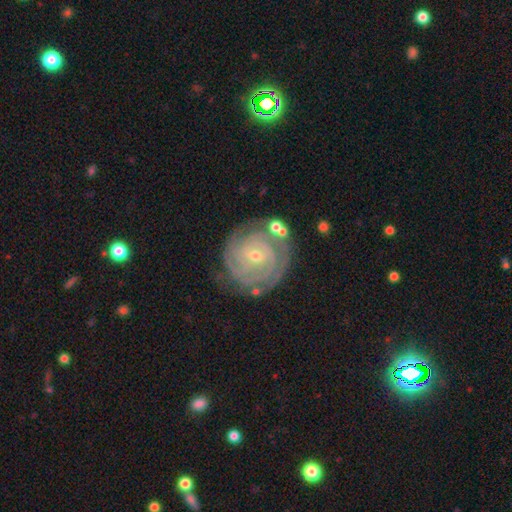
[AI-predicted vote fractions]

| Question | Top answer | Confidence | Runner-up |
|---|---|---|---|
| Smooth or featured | featured or disk | 89% | smooth (6%) |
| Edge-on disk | no | 98% | yes (2%) |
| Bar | no | 52% | weak (36%) |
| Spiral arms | yes | 98% | no (2%) |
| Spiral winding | tight | 86% | medium (12%) |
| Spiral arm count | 3 | 27% | 2 (22%) |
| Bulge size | small | 65% | moderate (33%) |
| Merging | none | 76% | minor disturbance (15%) |